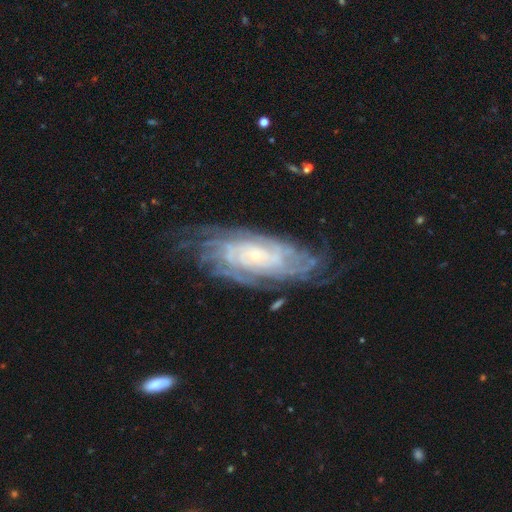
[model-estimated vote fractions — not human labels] Smooth or featured: featured or disk — 85% (smooth — 9%)
Edge-on disk: no — 92% (yes — 8%)
Bar: no — 73% (weak — 21%)
Spiral arms: yes — 96% (no — 4%)
Spiral winding: tight — 78% (medium — 17%)
Spiral arm count: can't tell — 40% (more than 4 — 22%)
Bulge size: small — 79% (moderate — 15%)
Merging: none — 74% (minor disturbance — 18%)